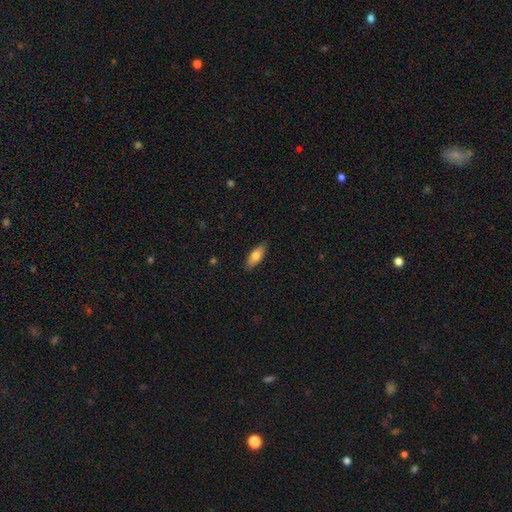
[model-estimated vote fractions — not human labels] Smooth or featured? Predicted: smooth (p=0.73). How rounded? Predicted: in between (p=0.75). Merging? Predicted: none (p=0.87).